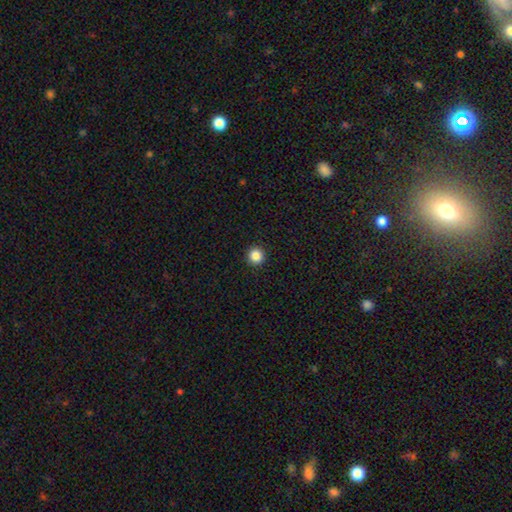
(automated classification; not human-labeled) Overall: smooth (86%). How rounded: round (95%). Merging: none (93%).